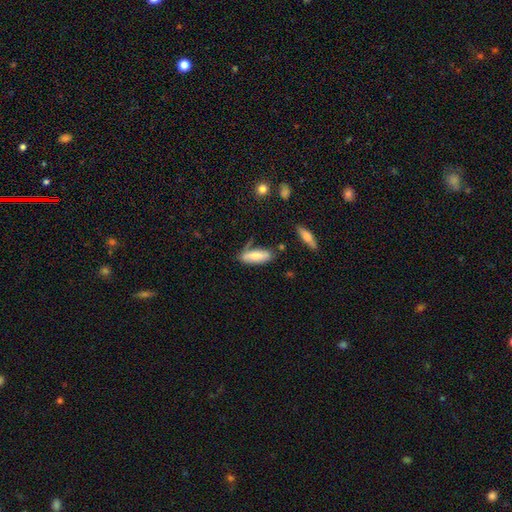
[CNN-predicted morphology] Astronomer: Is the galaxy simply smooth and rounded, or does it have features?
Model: smooth — 68%.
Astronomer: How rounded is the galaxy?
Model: in between — 65%.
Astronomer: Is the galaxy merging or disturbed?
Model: none — 61%.